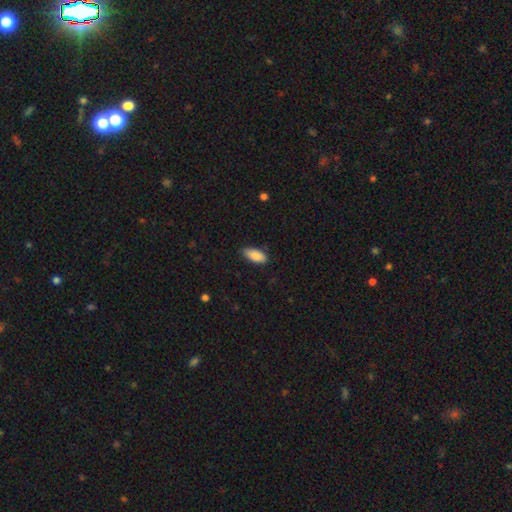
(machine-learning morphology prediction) This appears to be a smooth galaxy with no disk features (89%) that is in between round and cigar-shaped (89%). Merging: none (82%).